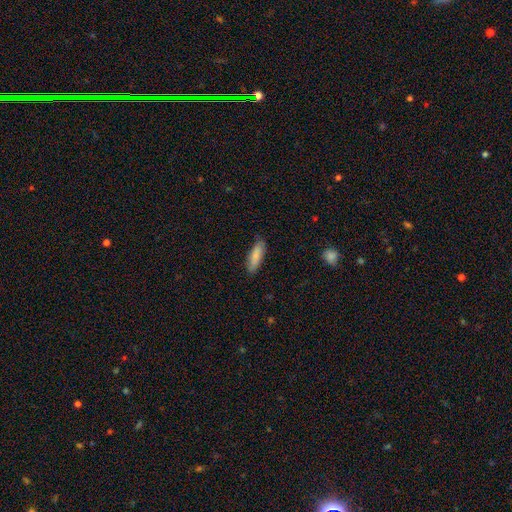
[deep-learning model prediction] smooth_or_featured: smooth (p=0.86) [alt: featured or disk p=0.09]
how_rounded: cigar-shaped (p=0.54) [alt: in between p=0.45]
merging: none (p=0.84) [alt: minor disturbance p=0.13]